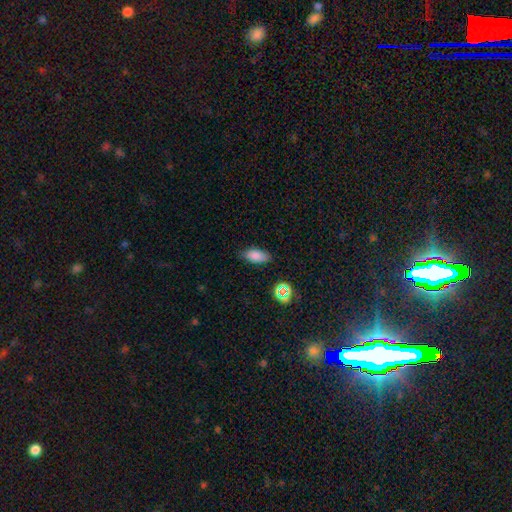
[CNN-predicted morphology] A smooth galaxy with no disk features (83%) that is in between round and cigar-shaped (87%).

Vote fractions:
- Smooth or featured? smooth: 83% / star or artifact: 11% / featured or disk: 6%
- How rounded? in between: 87% / cigar-shaped: 9% / round: 4%
- Merging? none: 82% / minor disturbance: 13% / major disturbance: 3% / merger: 2%